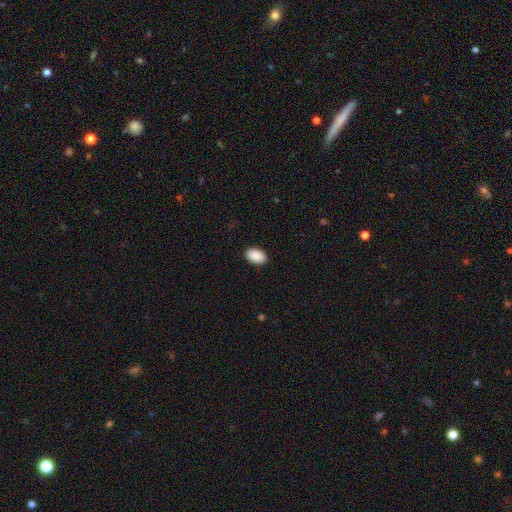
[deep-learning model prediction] A smooth galaxy with no disk features (91%) that is in between round and cigar-shaped (93%). Merging: none (90%).